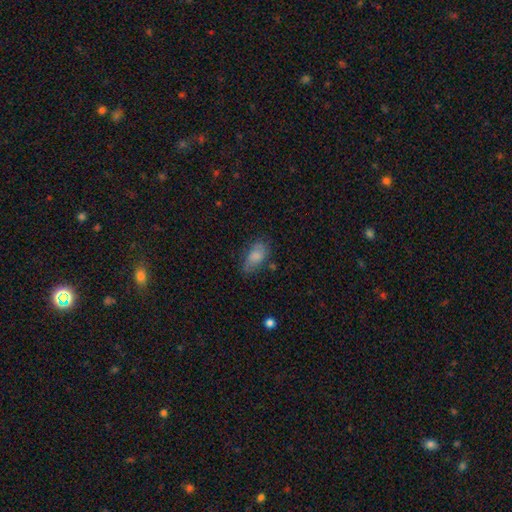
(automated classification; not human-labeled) Morphology: type=smooth (74%); roundness=in between (91%); merging=none (63%).